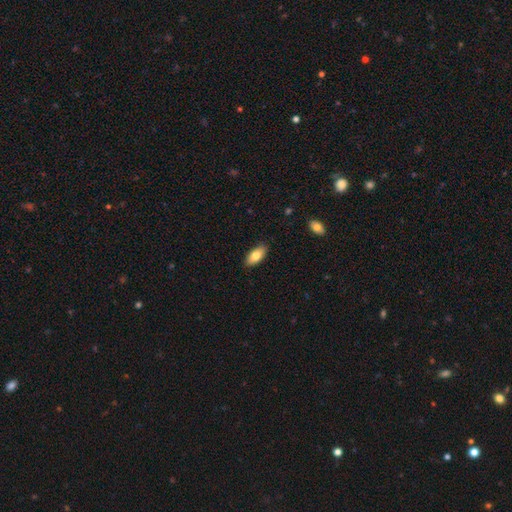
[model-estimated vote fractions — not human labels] smooth 79%, featured or disk 14%, star or artifact 6%. Down the decision tree: how rounded — in between (89%); merging — none (87%).